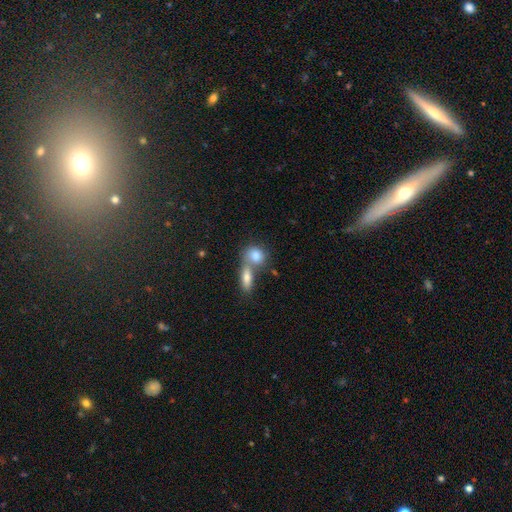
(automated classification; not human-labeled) A smooth galaxy with no disk features (80%) that is round (49%). Merging: merger (53%).